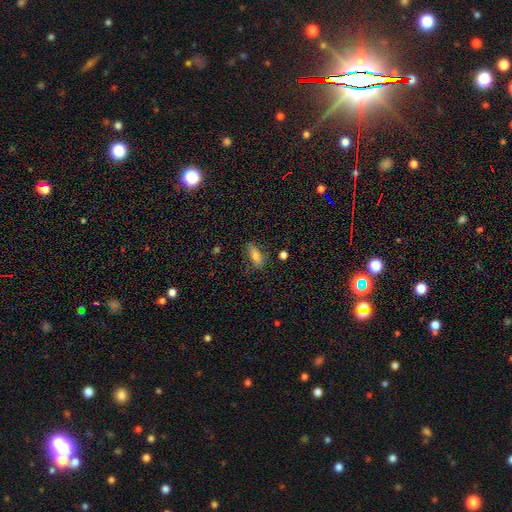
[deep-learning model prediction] smooth-or-featured: smooth: 68% | featured or disk: 20% | star or artifact: 12%
  how-rounded: in between: 73% | cigar-shaped: 22% | round: 6%
  merging: none: 67% | minor disturbance: 23% | major disturbance: 7% | merger: 2%